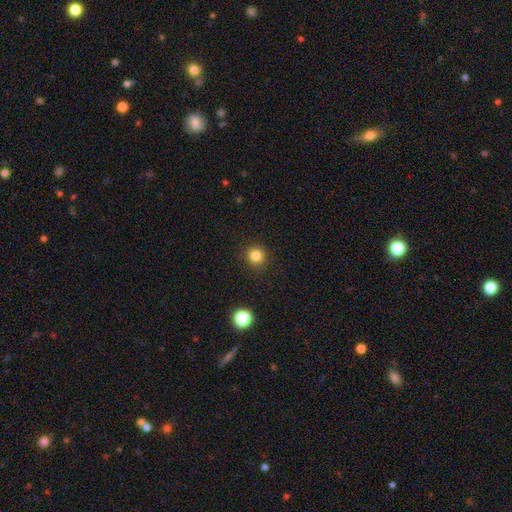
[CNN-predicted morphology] The model was most divided on "smooth or featured": smooth: 83%, star or artifact: 13%, featured or disk: 5%. More confident: how rounded — round (93%); merging — none (91%).